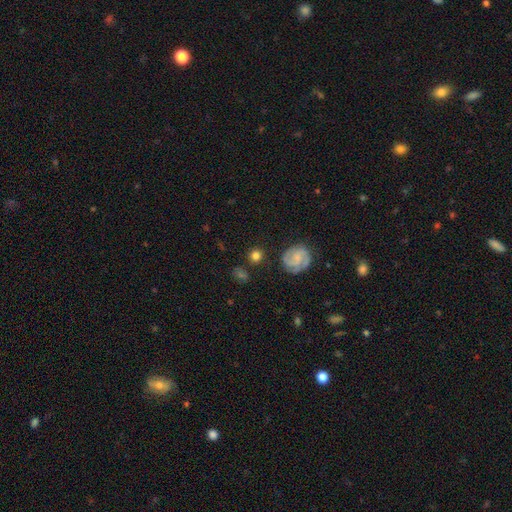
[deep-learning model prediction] Morphology: type=smooth (64%); roundness=round (87%); merging=none (81%).